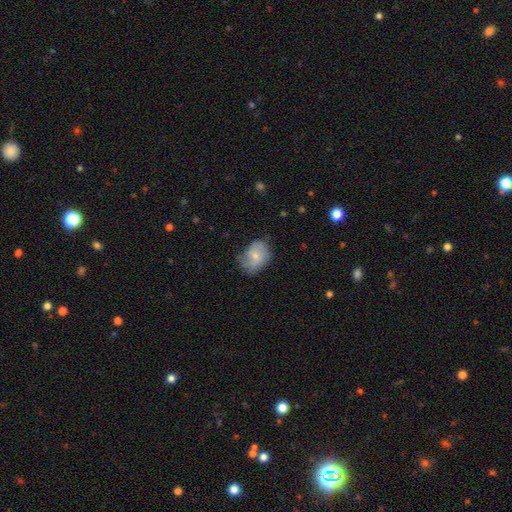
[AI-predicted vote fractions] A smooth galaxy with no disk features (56%) that is in between round and cigar-shaped (64%). Merging: none (56%).